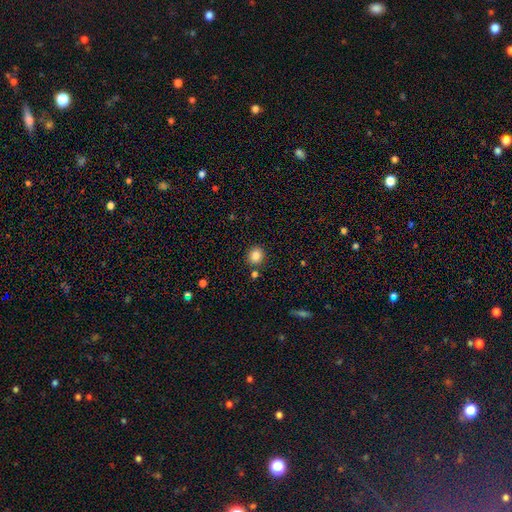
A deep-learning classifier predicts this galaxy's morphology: smooth_or_featured: smooth (p=0.85) [alt: star or artifact p=0.10]
how_rounded: round (p=0.78) [alt: in between p=0.21]
merging: none (p=0.83) [alt: minor disturbance p=0.08]